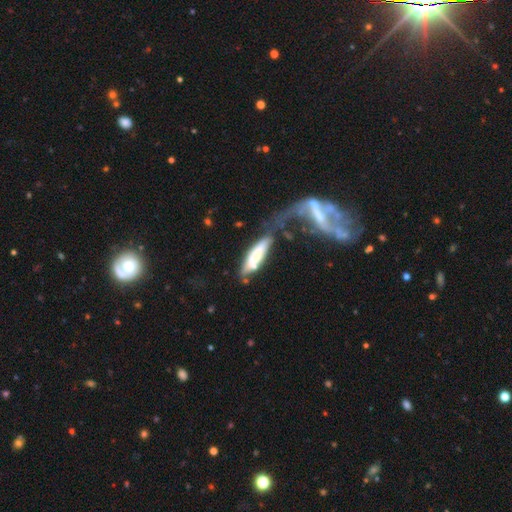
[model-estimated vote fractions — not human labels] The model was most divided on "merging": none: 34%, merger: 23%, minor disturbance: 22%, major disturbance: 20%. More confident: how rounded — cigar-shaped (61%); smooth or featured — smooth (60%).